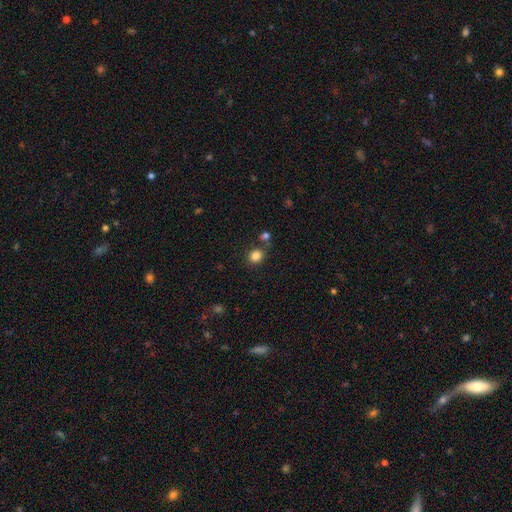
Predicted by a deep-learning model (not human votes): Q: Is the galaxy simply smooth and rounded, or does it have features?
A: smooth — 84%.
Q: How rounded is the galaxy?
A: round — 74%.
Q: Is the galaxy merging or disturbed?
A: none — 76%.